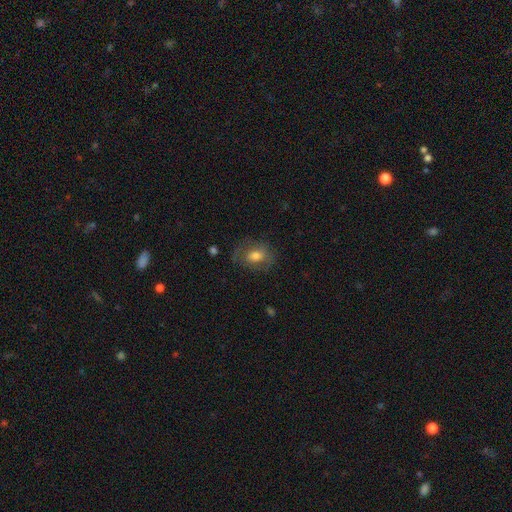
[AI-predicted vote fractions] Smooth or featured?
  - smooth: 57% *
  - featured or disk: 35%
  - star or artifact: 8%
How rounded?
  - in between: 64% *
  - round: 35%
  - cigar-shaped: 1%
Merging?
  - none: 66% *
  - minor disturbance: 20%
  - major disturbance: 12%
  - merger: 1%